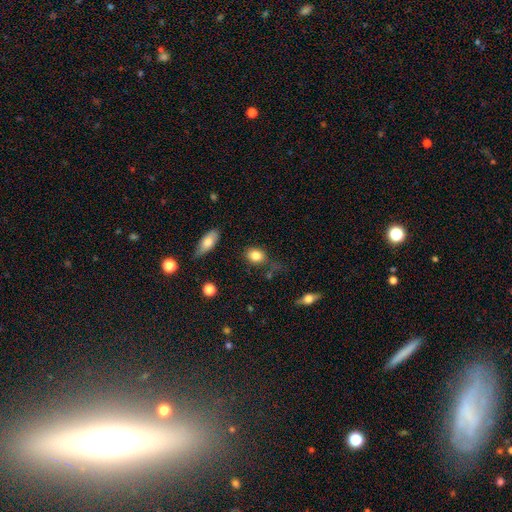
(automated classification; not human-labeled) Morphology: type=smooth (84%); roundness=in between (57%); merging=none (69%).